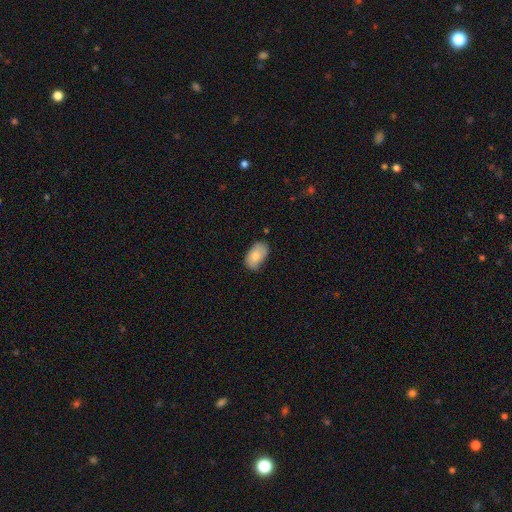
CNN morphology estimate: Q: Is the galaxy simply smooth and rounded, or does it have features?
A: smooth — 80%.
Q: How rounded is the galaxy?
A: in between — 93%.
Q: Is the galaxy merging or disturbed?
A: none — 66%.